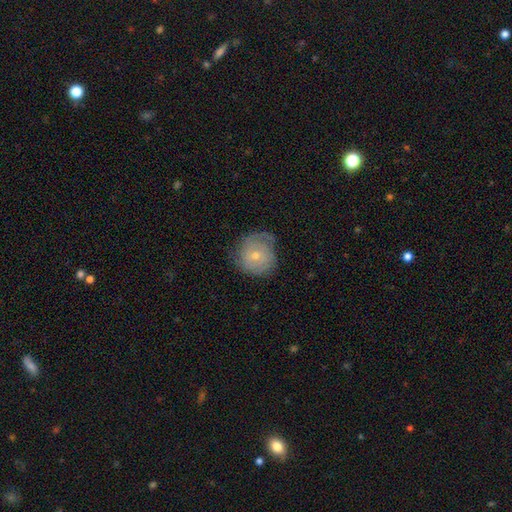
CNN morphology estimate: Overall: featured or disk (54%; smooth 38%). Edge-on disk: no (97%). Bar: no (78%). Spiral arms: yes (78%). Bulge size: small (57%; moderate 39%). Merging: none (65%).